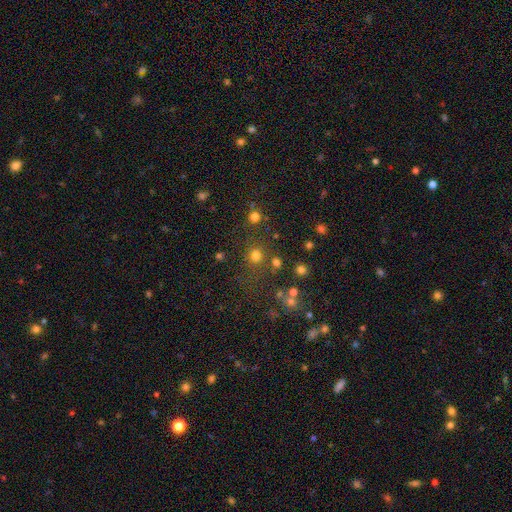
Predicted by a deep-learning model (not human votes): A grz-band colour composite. It shows a smooth galaxy with no disk features (75%) that is round (92%). Merging: none (78%).